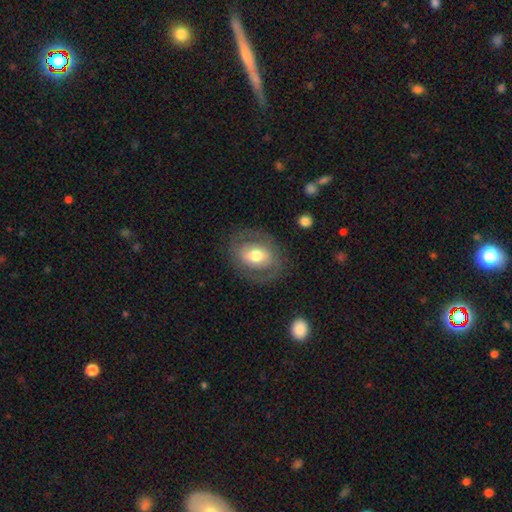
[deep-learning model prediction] The model was most divided on "smooth or featured": featured or disk: 49%, smooth: 44%, star or artifact: 7%. More confident: merging — none (77%).